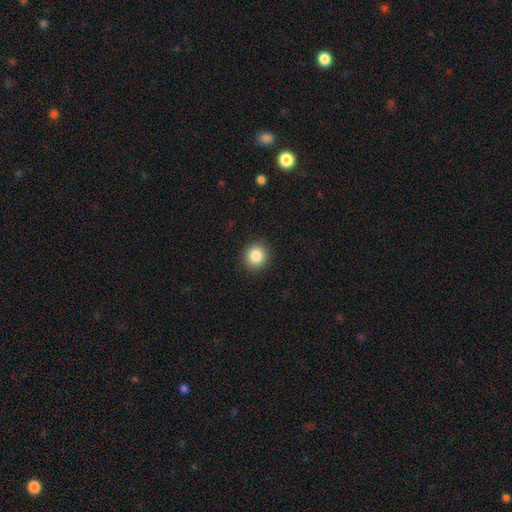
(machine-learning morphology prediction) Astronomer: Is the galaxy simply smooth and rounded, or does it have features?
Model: smooth — 86%.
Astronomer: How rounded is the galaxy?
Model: round — 85%.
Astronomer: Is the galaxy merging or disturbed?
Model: none — 91%.